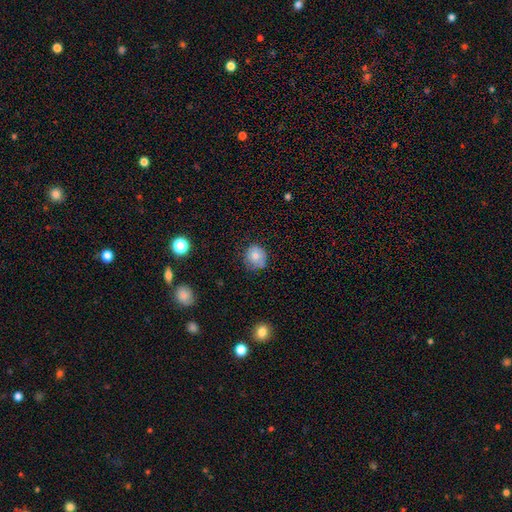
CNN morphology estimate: smooth_or_featured: smooth (p=0.74) [alt: featured or disk p=0.16]
how_rounded: round (p=0.83) [alt: in between p=0.16]
merging: none (p=0.70) [alt: minor disturbance p=0.23]